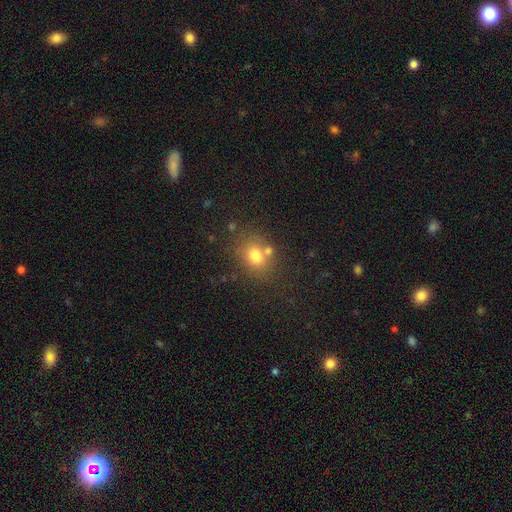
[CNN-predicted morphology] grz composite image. It shows a smooth galaxy with no disk features (74%) that is round (59%). Merging: none (66%).